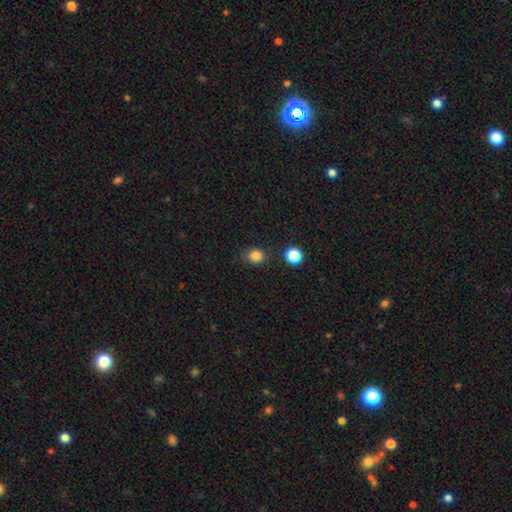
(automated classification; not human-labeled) Smooth or featured? smooth (83%)
How rounded? round (74%)
Merging? none (80%)